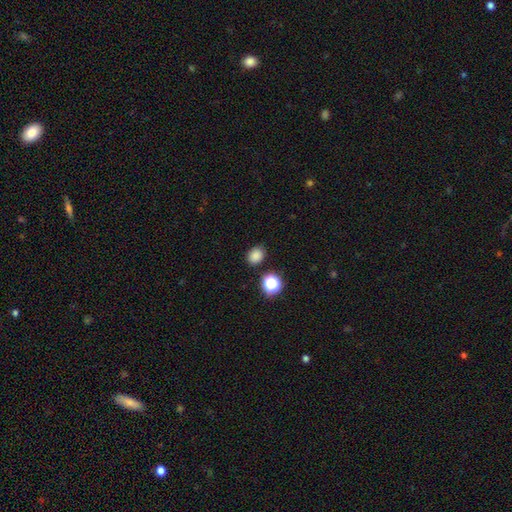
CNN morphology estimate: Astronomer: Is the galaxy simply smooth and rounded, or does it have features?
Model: smooth — 82%.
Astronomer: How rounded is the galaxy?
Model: round — 56% (runner-up: in between, 43%).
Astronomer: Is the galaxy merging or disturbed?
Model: none — 84%.